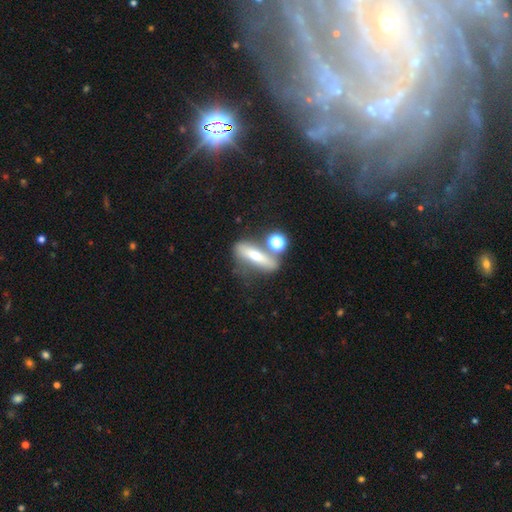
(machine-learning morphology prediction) smooth 49%, featured or disk 40%, star or artifact 11%. Down the decision tree: merging — none (57%).